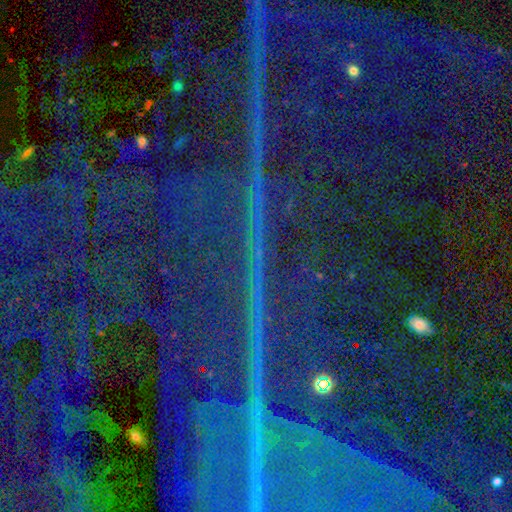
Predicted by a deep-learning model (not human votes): Smooth or featured? Predicted: star or artifact (p=0.88).